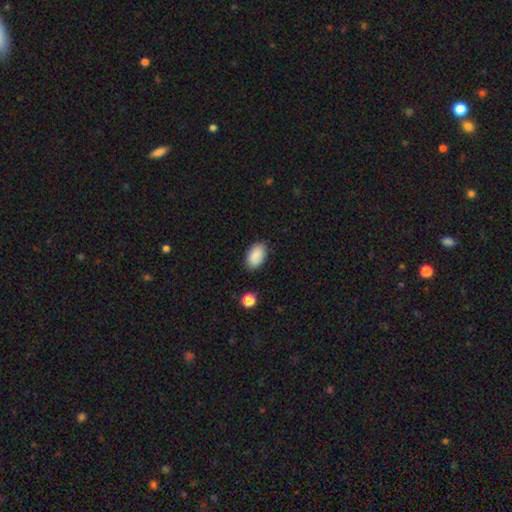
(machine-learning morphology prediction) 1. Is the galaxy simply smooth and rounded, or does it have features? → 89% smooth, 7% star or artifact, 4% featured or disk.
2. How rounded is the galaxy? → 93% in between, 6% round, 1% cigar-shaped.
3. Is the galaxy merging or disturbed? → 85% none, 11% minor disturbance, 2% major disturbance, 1% merger.